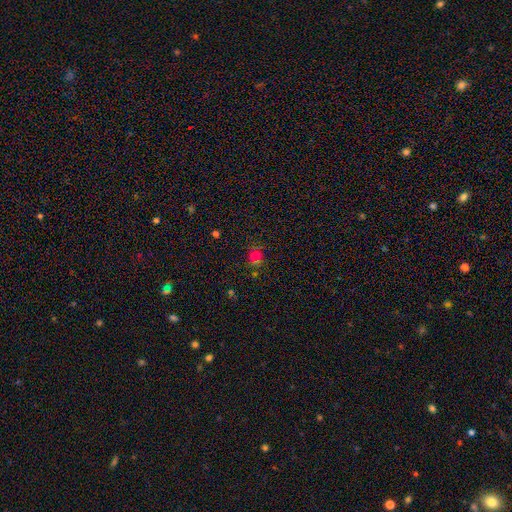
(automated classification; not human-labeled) Overall: smooth (62%; star or artifact 29%). How rounded: round (76%). Merging: none (68%).